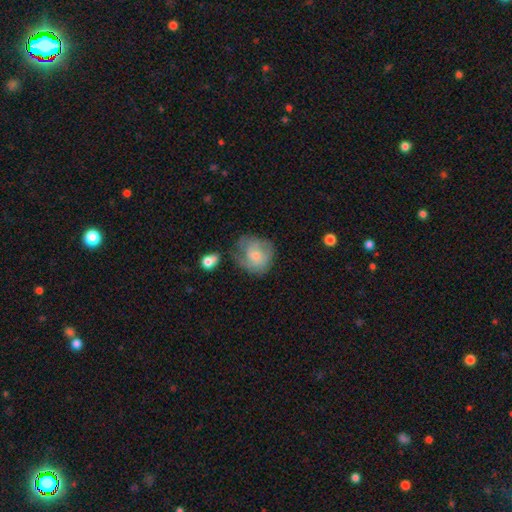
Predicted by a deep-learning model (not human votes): The model was most divided on "merging": none: 45%, minor disturbance: 28%, major disturbance: 20%, merger: 7%. More confident: how rounded — round (73%); smooth or featured — smooth (55%).